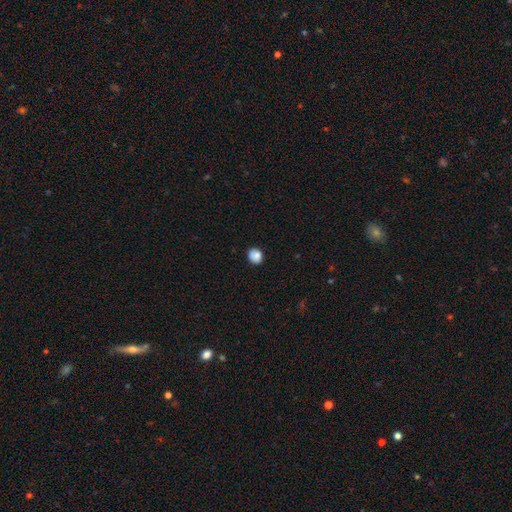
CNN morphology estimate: The model was most divided on "how rounded": round: 75%, in between: 24%, cigar-shaped: 1%. More confident: smooth or featured — smooth (84%); merging — none (82%).